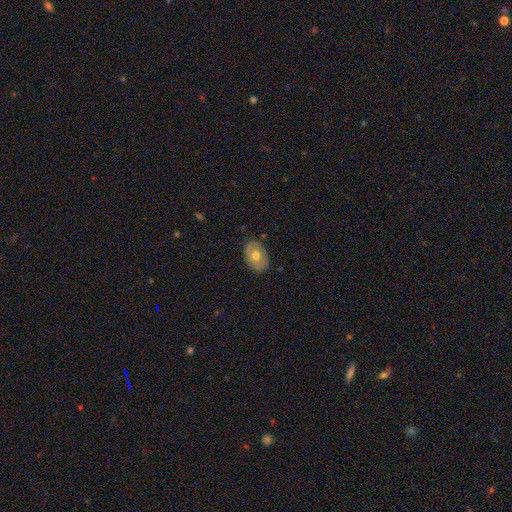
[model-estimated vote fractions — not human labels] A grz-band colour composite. It shows a smooth galaxy with no disk features (56%) that is in between round and cigar-shaped (83%). Merging: none (82%).